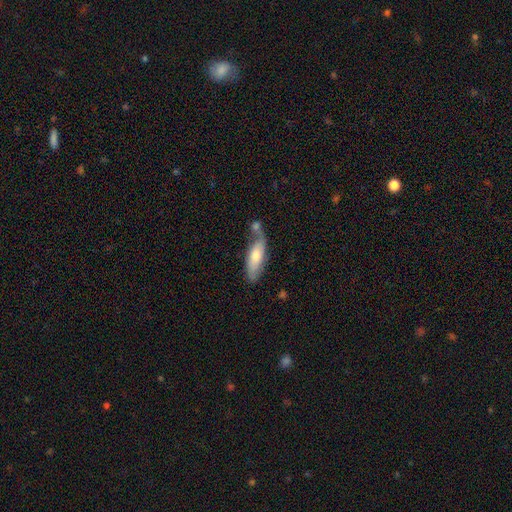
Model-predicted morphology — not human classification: type=smooth (57%); roundness=in between (58%); merging=none (45%).